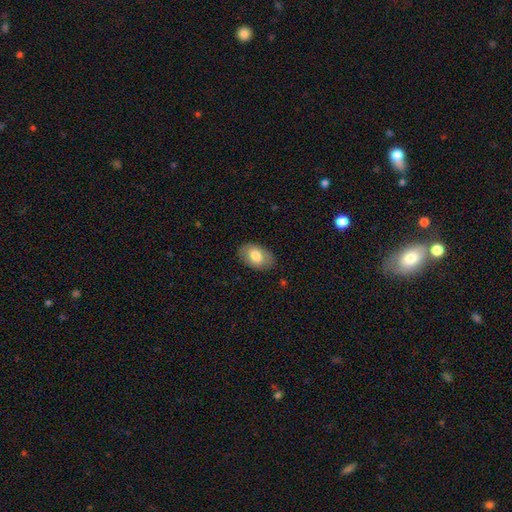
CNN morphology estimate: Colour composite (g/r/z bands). It shows a smooth galaxy with no disk features (76%) that is in between round and cigar-shaped (90%). Merging: none (83%).